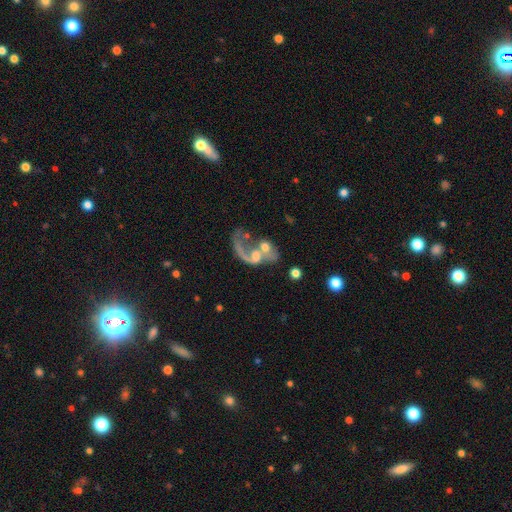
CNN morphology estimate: Smooth or featured?
  - featured or disk: 66% *
  - smooth: 22%
  - star or artifact: 11%
Edge-on disk?
  - no: 96% *
  - yes: 4%
Bar?
  - no: 71% *
  - weak: 22%
  - strong: 7%
Spiral arms?
  - yes: 57% *
  - no: 43%
Bulge size?
  - moderate: 38% *
  - small: 32%
  - none: 21%
  - large: 7%
  - dominant: 2%
Merging?
  - merger: 50% *
  - major disturbance: 26%
  - none: 17%
  - minor disturbance: 8%